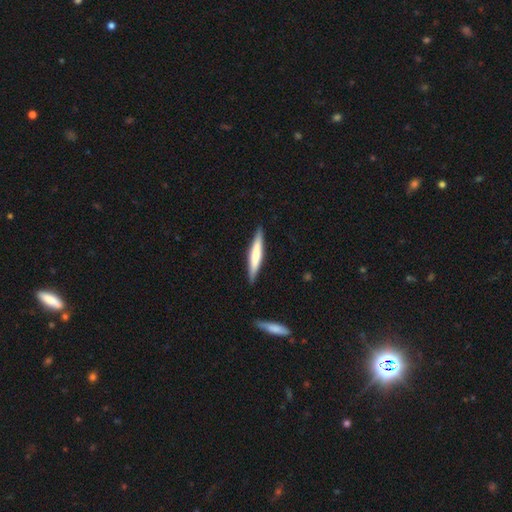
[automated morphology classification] smooth-or-featured: smooth: 58% | featured or disk: 37% | star or artifact: 5%
  how-rounded: cigar-shaped: 92% | in between: 7% | round: 1%
  merging: none: 89% | minor disturbance: 9% | major disturbance: 2% | merger: 1%